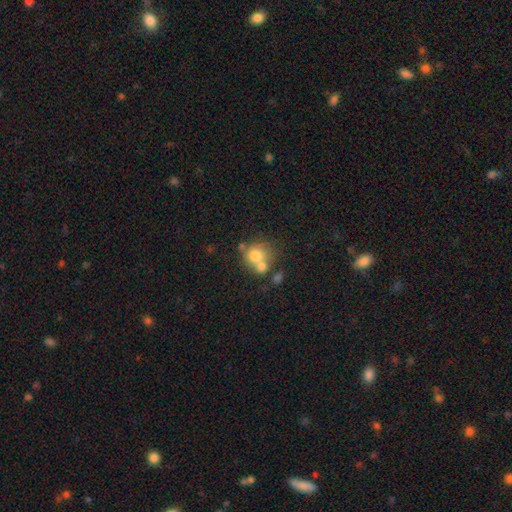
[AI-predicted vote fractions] This appears to be a smooth galaxy with no disk features (69%) that is round (74%). Merging: merger (47%).